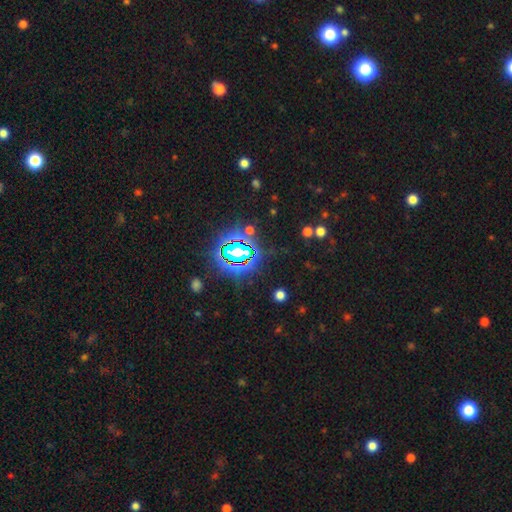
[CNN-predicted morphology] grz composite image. It shows a star or artifact, not a galaxy (83%).